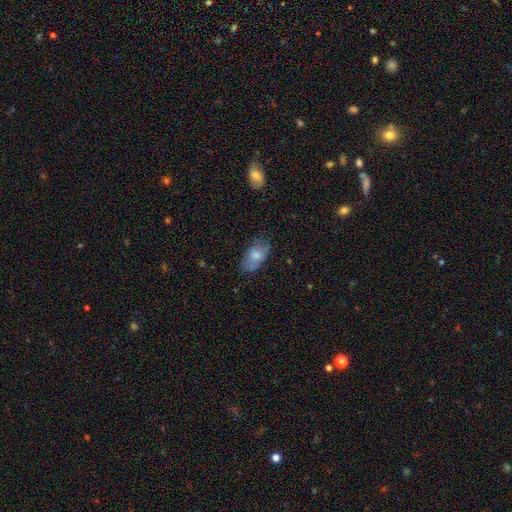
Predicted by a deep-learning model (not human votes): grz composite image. It shows a smooth galaxy with no disk features (73%) that is in between round and cigar-shaped (92%). Merging: none (66%).